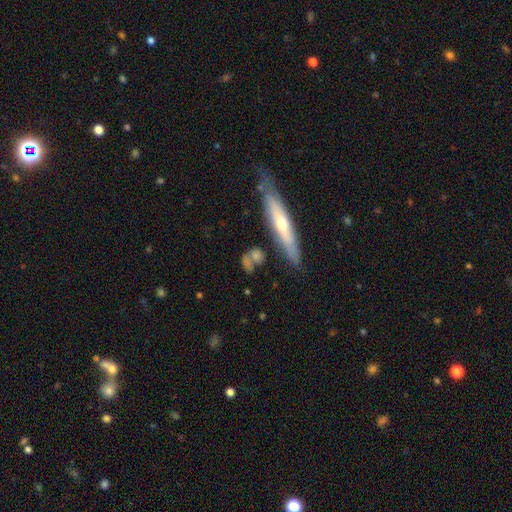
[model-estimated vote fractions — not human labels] smooth_or_featured: smooth (p=0.53) [alt: featured or disk p=0.38]
how_rounded: cigar-shaped (p=0.46) [alt: round p=0.27]
merging: none (p=0.67) [alt: minor disturbance p=0.16]